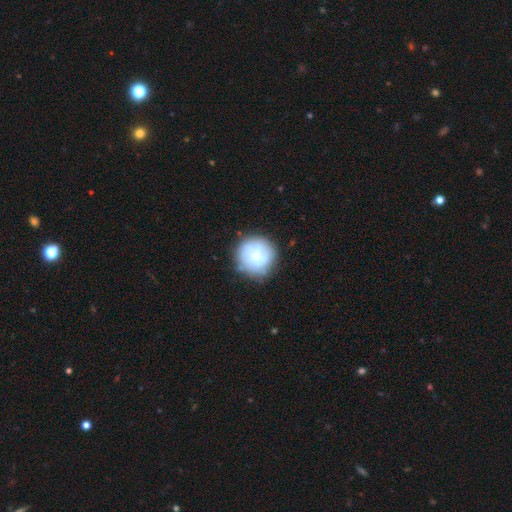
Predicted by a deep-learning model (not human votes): Smooth or featured: smooth — 61% (featured or disk — 30%)
How rounded: round — 94% (in between — 5%)
Merging: none — 74% (minor disturbance — 16%)